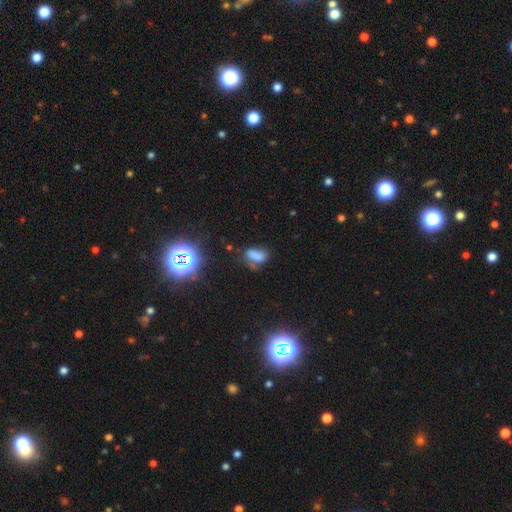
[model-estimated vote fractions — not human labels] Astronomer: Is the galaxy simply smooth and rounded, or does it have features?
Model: smooth — 68%.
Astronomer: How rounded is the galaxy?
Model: in between — 85%.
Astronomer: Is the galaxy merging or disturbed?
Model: none — 46% (runner-up: minor disturbance, 30%).